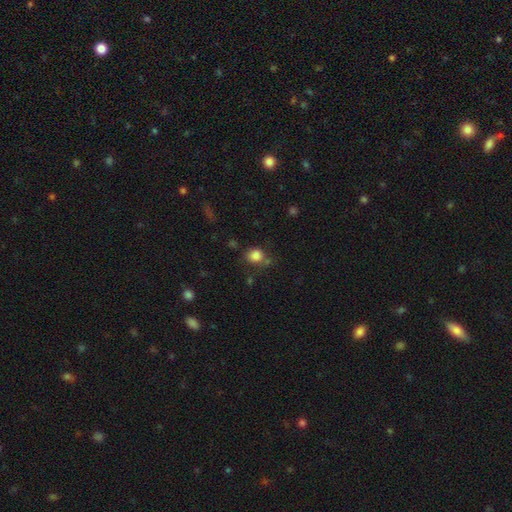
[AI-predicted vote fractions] This is clearly a smooth galaxy (83%). How rounded: likely round (69%). Merging: likely none (64%).